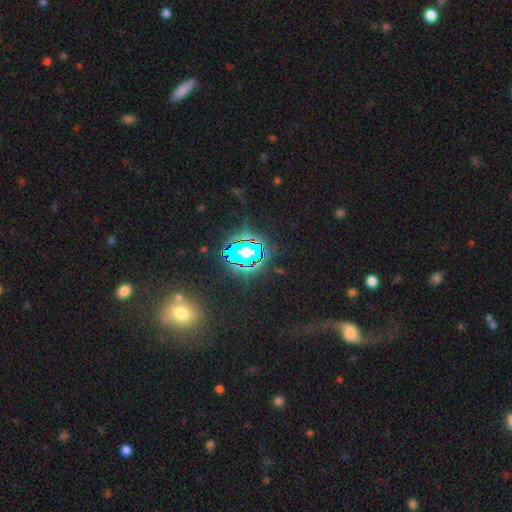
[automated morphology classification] Smooth or featured?
  - star or artifact: 61% *
  - featured or disk: 20%
  - smooth: 19%